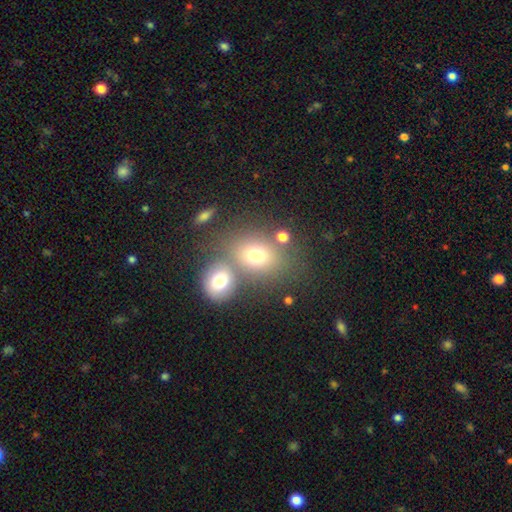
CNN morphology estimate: smooth-or-featured: smooth: 72% | star or artifact: 15% | featured or disk: 14%
  how-rounded: round: 58% | in between: 41% | cigar-shaped: 1%
  merging: none: 51% | merger: 33% | minor disturbance: 10% | major disturbance: 5%